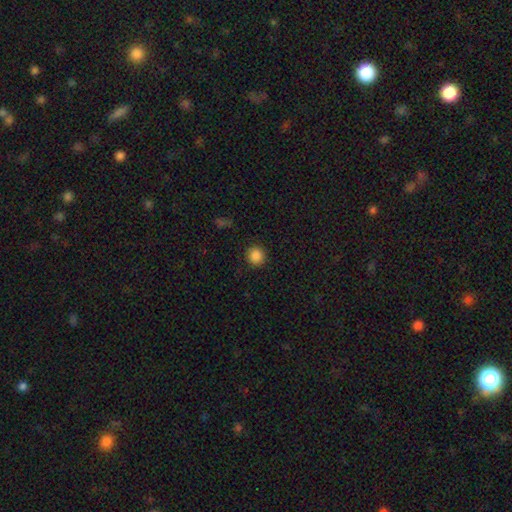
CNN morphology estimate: A smooth galaxy with no disk features (87%) that is round (92%). Merging: none (91%).